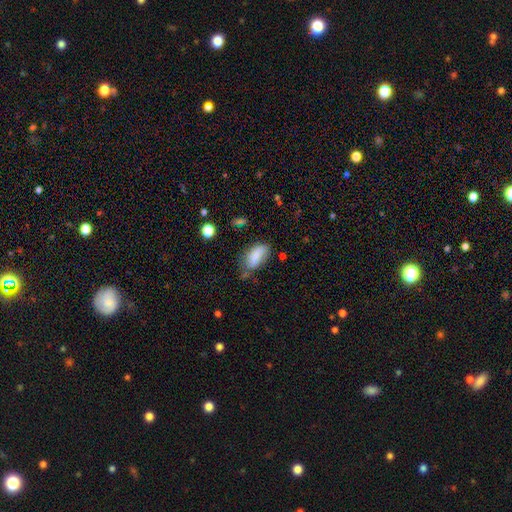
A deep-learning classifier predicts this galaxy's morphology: smooth_or_featured: smooth (p=0.78) [alt: featured or disk p=0.14]
how_rounded: in between (p=0.89) [alt: cigar-shaped p=0.08]
merging: none (p=0.50) [alt: minor disturbance p=0.34]